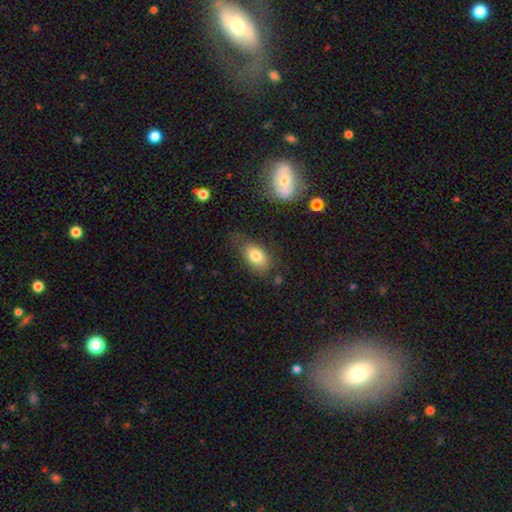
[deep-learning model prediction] This appears to be a smooth galaxy with no disk features (79%) that is in between round and cigar-shaped (88%). Merging: none (65%).